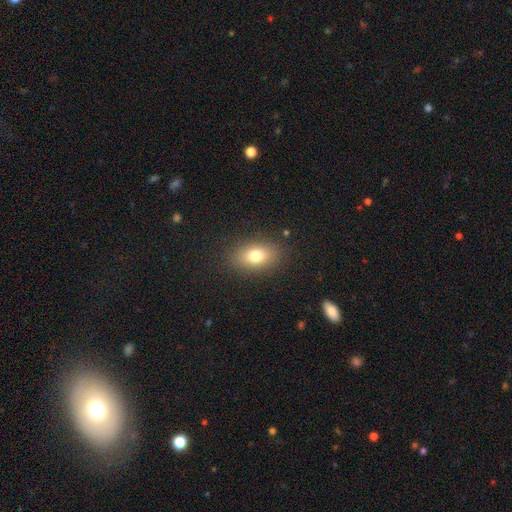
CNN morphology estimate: Overall: smooth (78%). How rounded: in between (82%). Merging: none (87%).